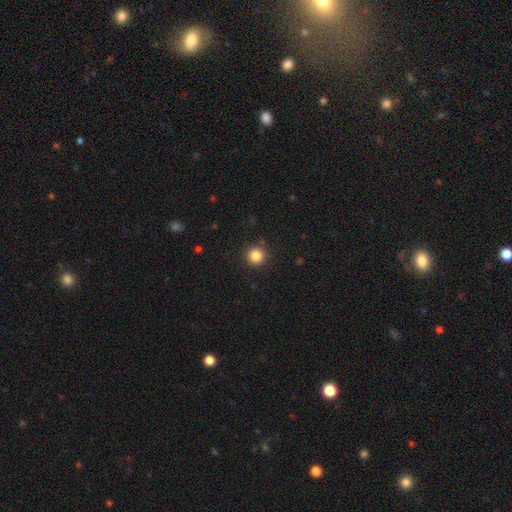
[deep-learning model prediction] A smooth galaxy with no disk features (84%) that is round (95%). Merging: none (89%).